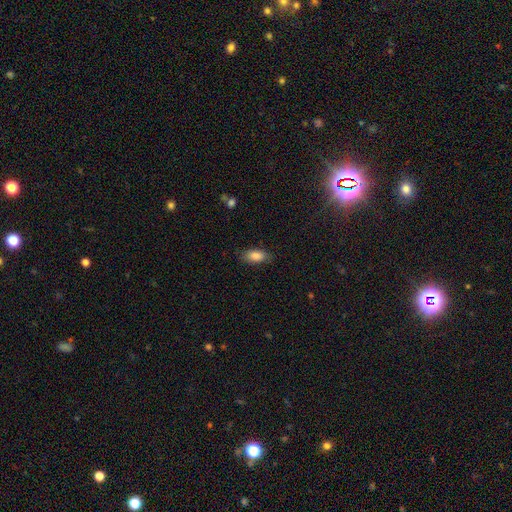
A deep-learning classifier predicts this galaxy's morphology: The model was most divided on "merging": none: 82%, minor disturbance: 13%, major disturbance: 3%, merger: 1%. More confident: how rounded — in between (89%); smooth or featured — smooth (86%).